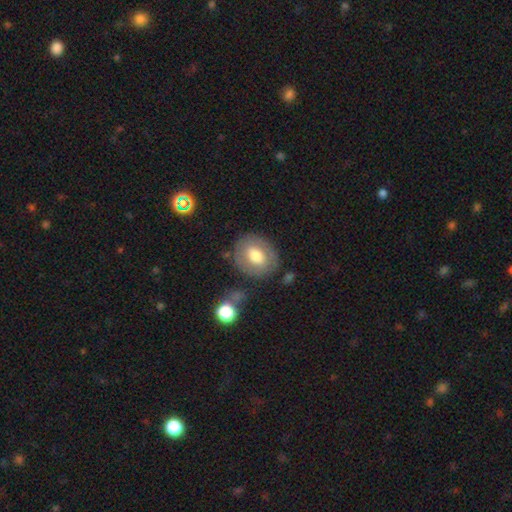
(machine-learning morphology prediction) type=smooth (63%); roundness=round (56%); merging=none (77%).